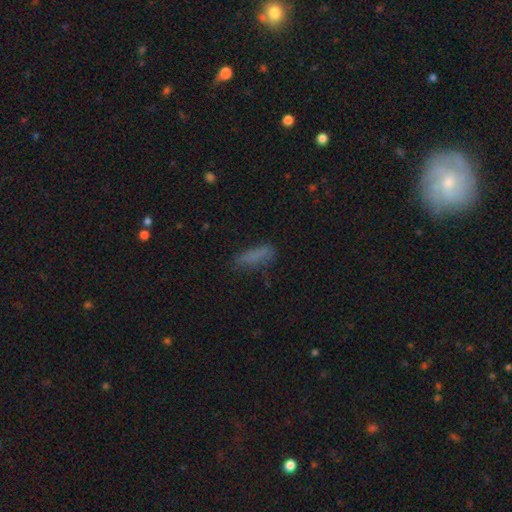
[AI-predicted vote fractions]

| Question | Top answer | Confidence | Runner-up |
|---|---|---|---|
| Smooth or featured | smooth | 75% | featured or disk (13%) |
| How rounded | cigar-shaped | 57% | in between (41%) |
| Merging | none | 63% | minor disturbance (23%) |